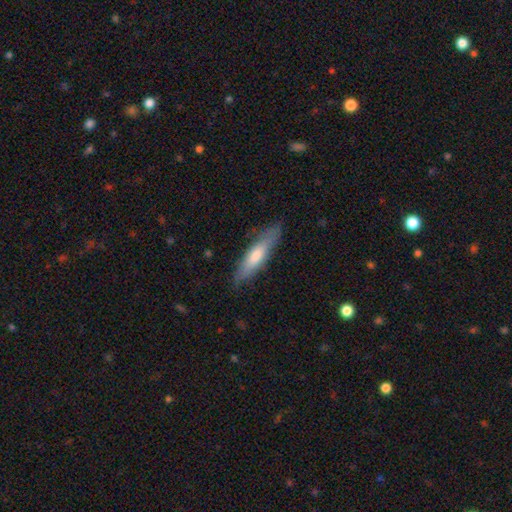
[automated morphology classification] Smooth or featured: smooth — 63% (featured or disk — 32%)
How rounded: cigar-shaped — 75% (in between — 24%)
Merging: none — 81% (minor disturbance — 15%)